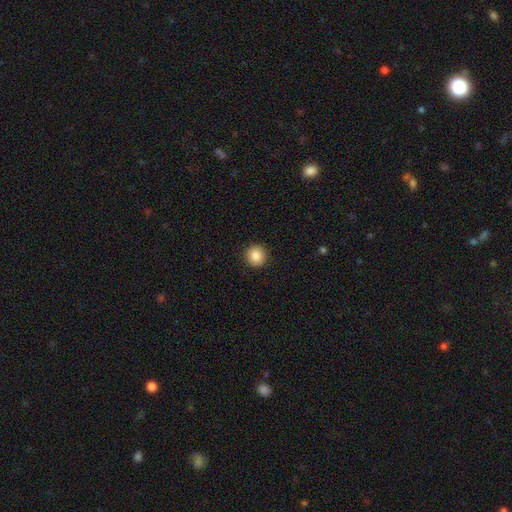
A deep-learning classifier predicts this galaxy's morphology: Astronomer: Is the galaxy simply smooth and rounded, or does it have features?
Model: smooth — 86%.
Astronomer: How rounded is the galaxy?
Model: round — 94%.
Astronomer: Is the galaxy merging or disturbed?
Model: none — 93%.